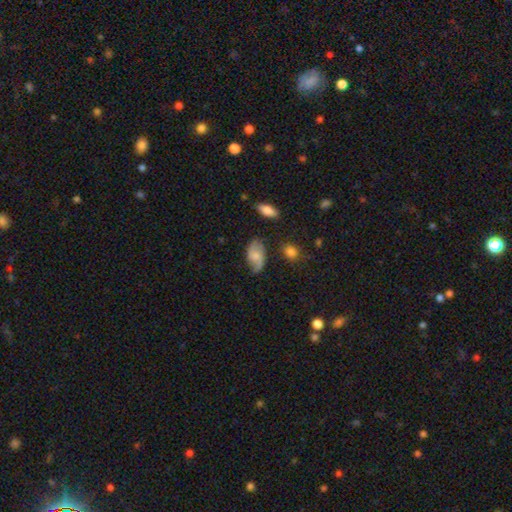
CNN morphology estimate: featured or disk 49%, smooth 43%, star or artifact 8%. Down the decision tree: merging — none (66%).